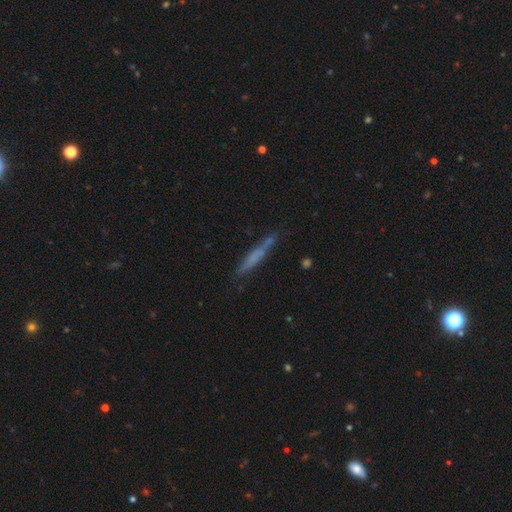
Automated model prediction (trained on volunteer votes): A smooth galaxy with no disk features (55%) that is cigar-shaped (93%). Merging: none (75%).